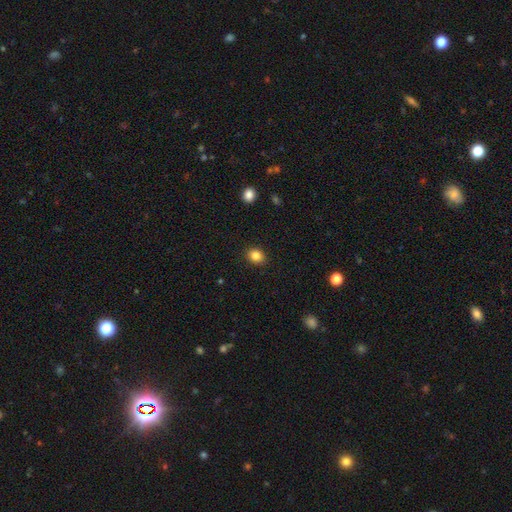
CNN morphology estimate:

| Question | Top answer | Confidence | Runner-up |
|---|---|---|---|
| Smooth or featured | smooth | 85% | star or artifact (10%) |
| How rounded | round | 55% | in between (44%) |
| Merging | none | 90% | minor disturbance (7%) |